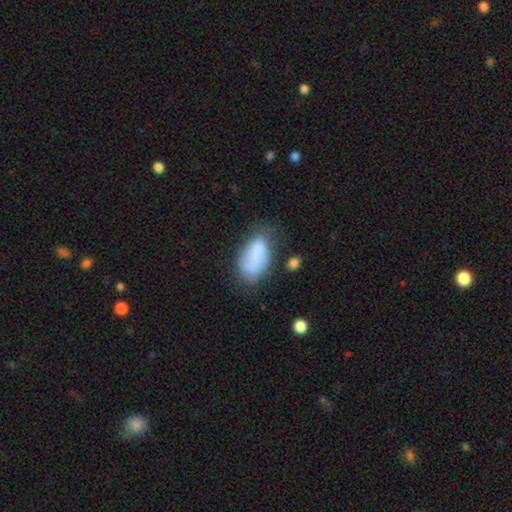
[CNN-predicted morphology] Smooth or featured? smooth (76%)
How rounded? in between (92%)
Merging? none (45%)